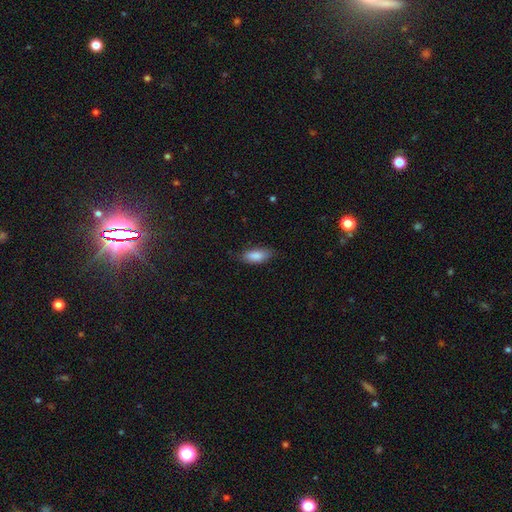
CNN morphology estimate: Smooth or featured? smooth (87%)
How rounded? in between (82%)
Merging? none (78%)